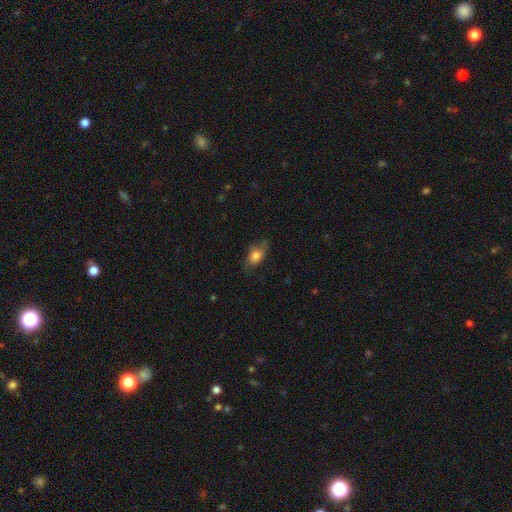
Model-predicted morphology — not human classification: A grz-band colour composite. It shows a smooth galaxy with no disk features (73%) that is in between round and cigar-shaped (82%). Merging: none (62%).